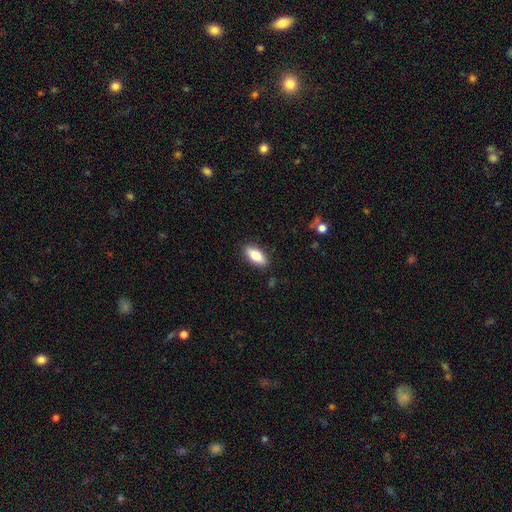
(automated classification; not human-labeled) Morphology: type=smooth (81%); roundness=in between (83%); merging=none (87%).